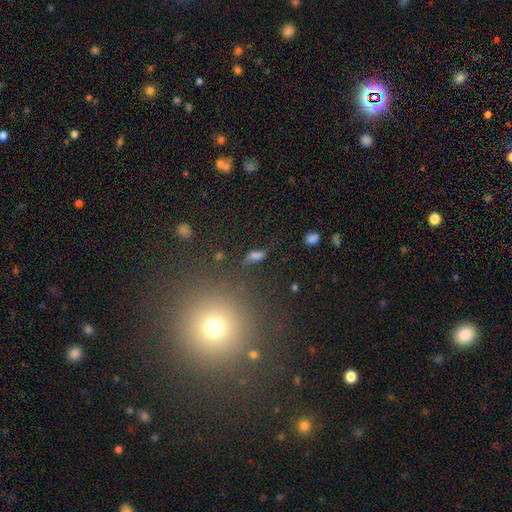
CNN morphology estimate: Smooth or featured? Predicted: smooth (p=0.59). How rounded? Predicted: in between (p=0.74). Merging? Predicted: none (p=0.50).